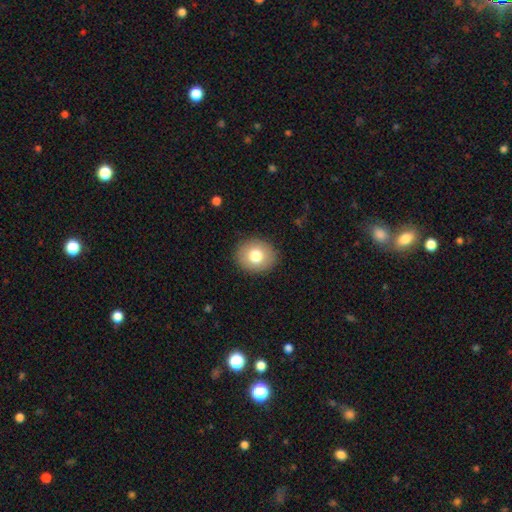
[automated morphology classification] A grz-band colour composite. It shows a smooth galaxy with no disk features (78%) that is round (68%). Merging: none (90%).